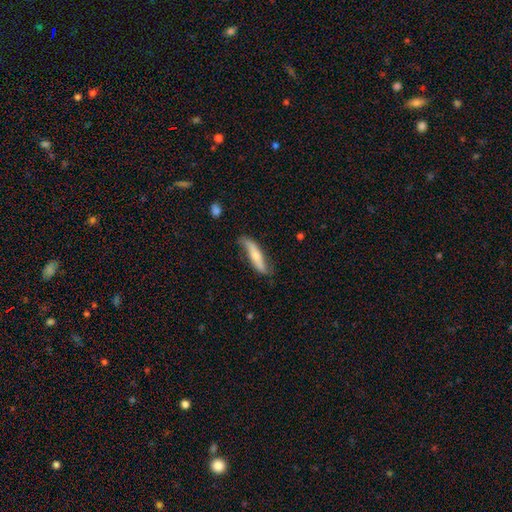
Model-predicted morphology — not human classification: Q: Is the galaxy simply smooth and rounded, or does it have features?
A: featured or disk — 50%.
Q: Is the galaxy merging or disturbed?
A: none — 64%.